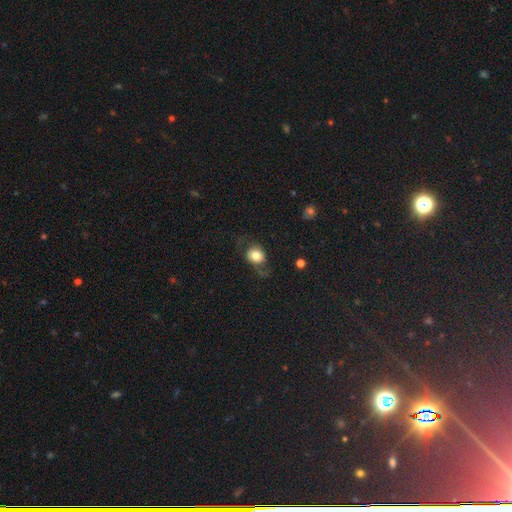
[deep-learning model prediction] smooth-or-featured: smooth: 68% | featured or disk: 24% | star or artifact: 9%
  how-rounded: round: 64% | in between: 35% | cigar-shaped: 1%
  merging: none: 51% | major disturbance: 25% | minor disturbance: 22% | merger: 2%